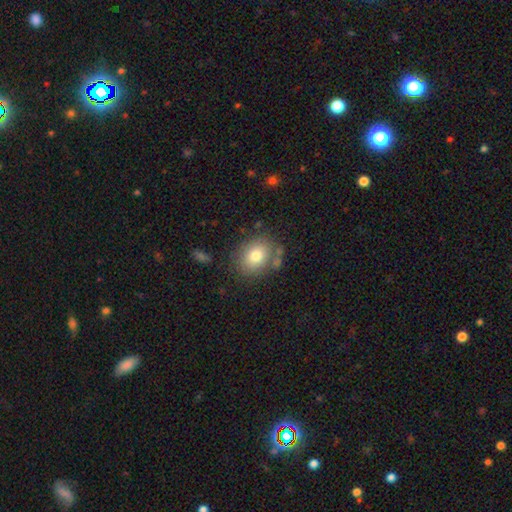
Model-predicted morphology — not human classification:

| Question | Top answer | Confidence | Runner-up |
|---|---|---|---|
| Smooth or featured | smooth | 77% | featured or disk (13%) |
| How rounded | in between | 52% | round (47%) |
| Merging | none | 75% | minor disturbance (14%) |